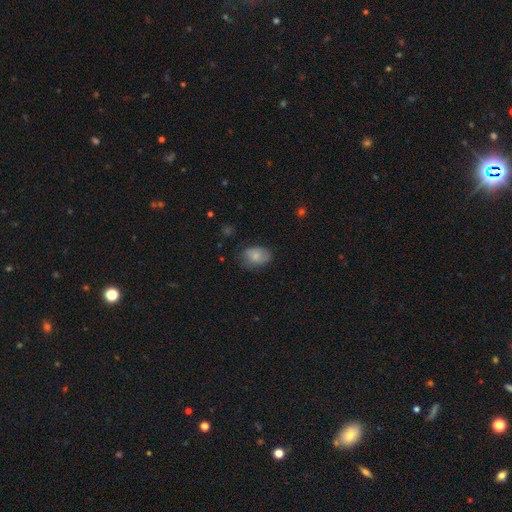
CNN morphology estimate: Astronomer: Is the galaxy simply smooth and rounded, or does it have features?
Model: smooth — 80%.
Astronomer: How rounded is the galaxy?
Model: in between — 81%.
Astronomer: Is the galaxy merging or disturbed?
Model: none — 69%.